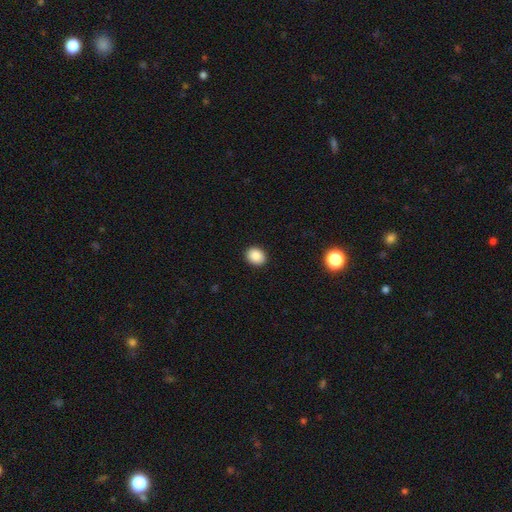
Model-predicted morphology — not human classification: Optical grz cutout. It shows a smooth galaxy with no disk features (88%) that is round (58%). Merging: none (91%).